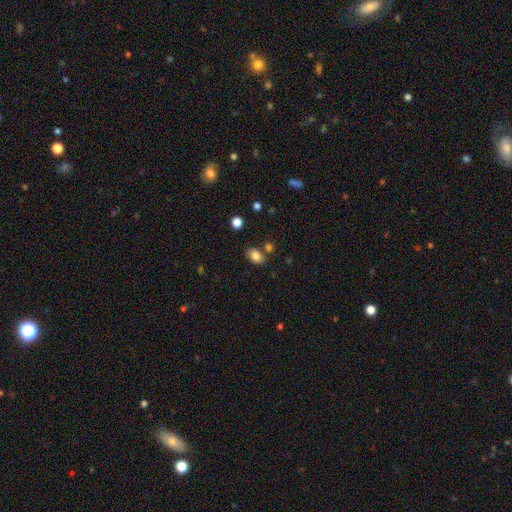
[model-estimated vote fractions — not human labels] Smooth or featured? smooth (84%)
How rounded? in between (85%)
Merging? none (75%)